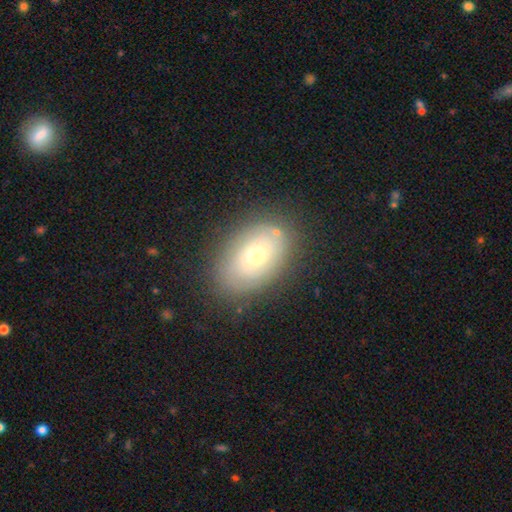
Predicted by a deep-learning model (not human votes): This appears to be a smooth galaxy with no disk features (52%) that is in between round and cigar-shaped (85%). Merging: none (79%).